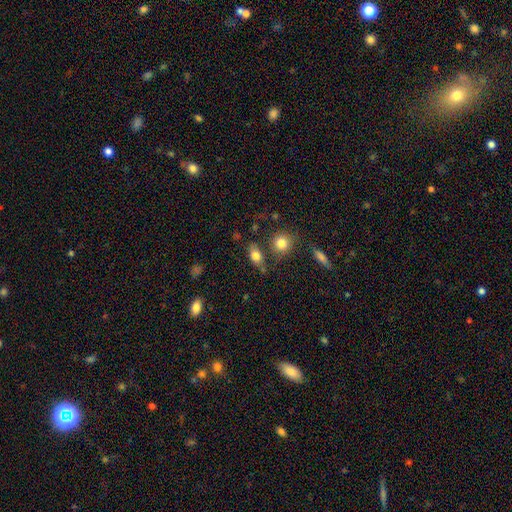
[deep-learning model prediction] Overall: smooth (78%). How rounded: in between (78%). Merging: none (68%).